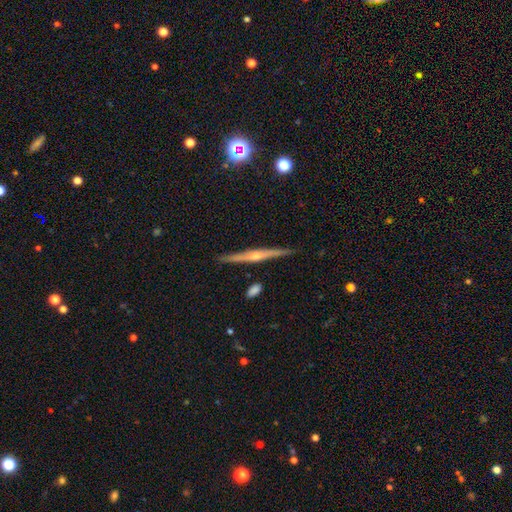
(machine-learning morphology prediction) This is likely a featured or disk galaxy (80%). It is clearly viewed edge-on (98%). Edge-on bulge: clearly rounded (84%). Merging: clearly none (90%).